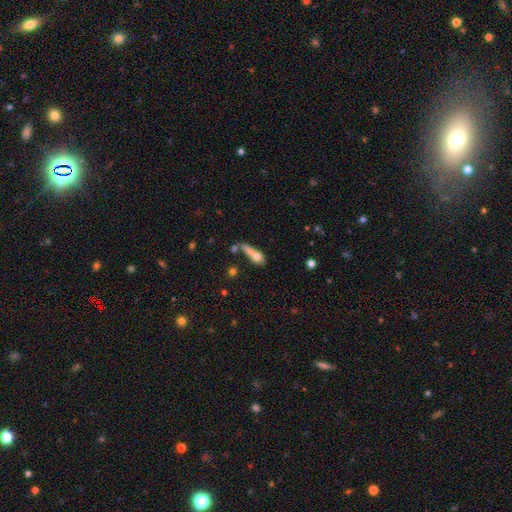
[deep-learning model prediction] Smooth or featured? Predicted: smooth (p=0.64). How rounded? Predicted: in between (p=0.43). Merging? Predicted: merger (p=0.34).